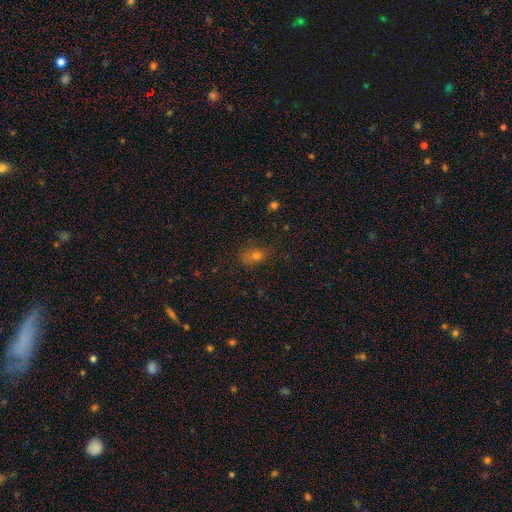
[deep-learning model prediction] This appears to be a smooth galaxy with no disk features (65%) that is in between round and cigar-shaped (62%). Merging: none (68%).